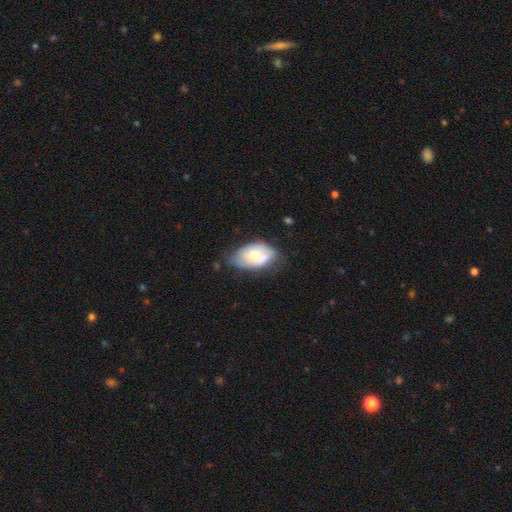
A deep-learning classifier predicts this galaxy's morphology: The model was most divided on "merging": none: 46%, minor disturbance: 39%, major disturbance: 11%, merger: 5%. More confident: how rounded — in between (92%); smooth or featured — smooth (57%).